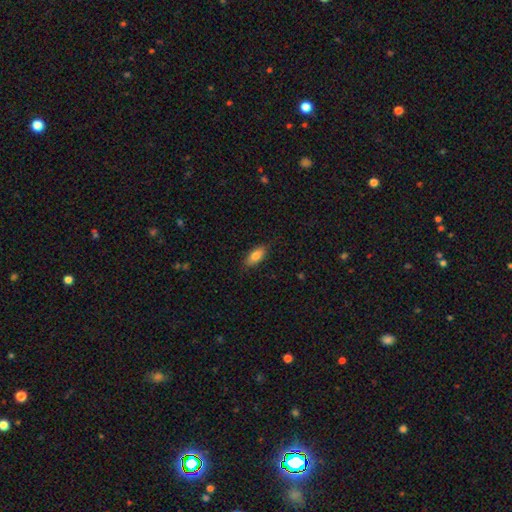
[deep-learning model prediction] A smooth galaxy with no disk features (79%) that is in between round and cigar-shaped (84%).

Vote fractions:
- Smooth or featured? smooth: 79% / featured or disk: 14% / star or artifact: 7%
- How rounded? in between: 84% / cigar-shaped: 13% / round: 3%
- Merging? none: 84% / minor disturbance: 13% / major disturbance: 2% / merger: 1%